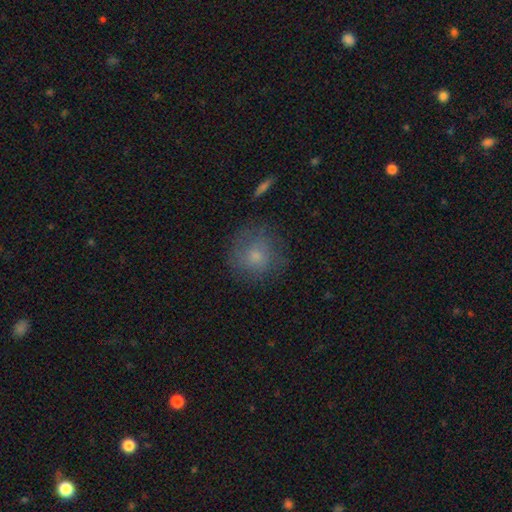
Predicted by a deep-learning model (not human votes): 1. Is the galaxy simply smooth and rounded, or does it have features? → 69% smooth, 21% featured or disk, 10% star or artifact.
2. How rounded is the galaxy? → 89% round, 10% in between, 1% cigar-shaped.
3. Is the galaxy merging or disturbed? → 73% none, 17% minor disturbance, 8% major disturbance, 2% merger.